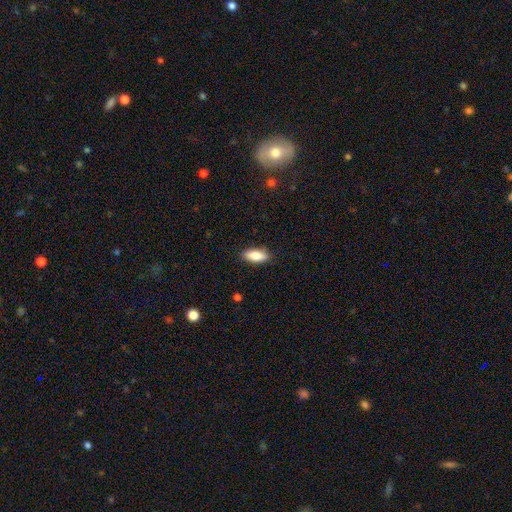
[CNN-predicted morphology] smooth 86%, featured or disk 8%, star or artifact 6%. Down the decision tree: how rounded — in between (82%); merging — none (87%).